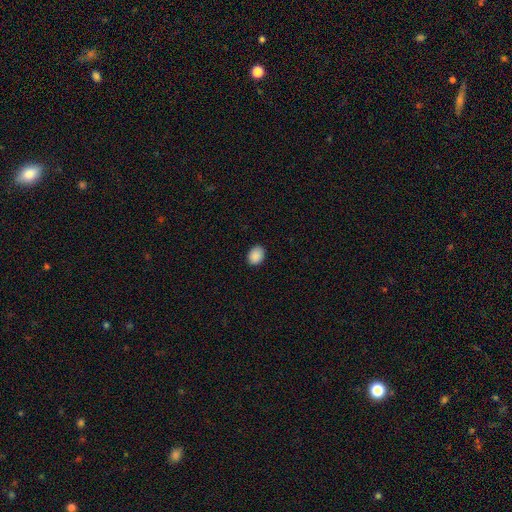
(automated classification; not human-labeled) smooth_or_featured: smooth (p=0.89) [alt: star or artifact p=0.08]
how_rounded: in between (p=0.58) [alt: round p=0.41]
merging: none (p=0.89) [alt: minor disturbance p=0.08]